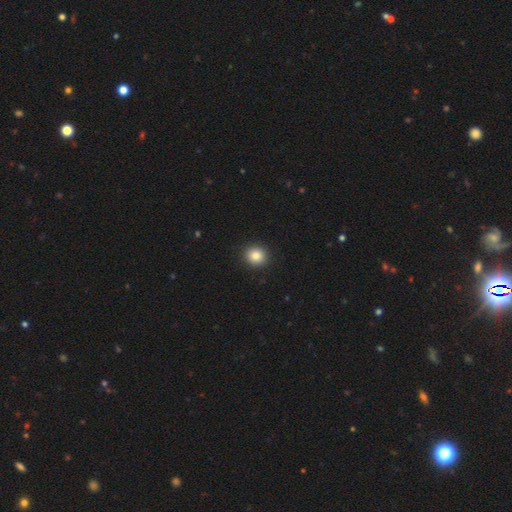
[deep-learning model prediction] Overall: smooth (85%). How rounded: round (86%). Merging: none (92%).